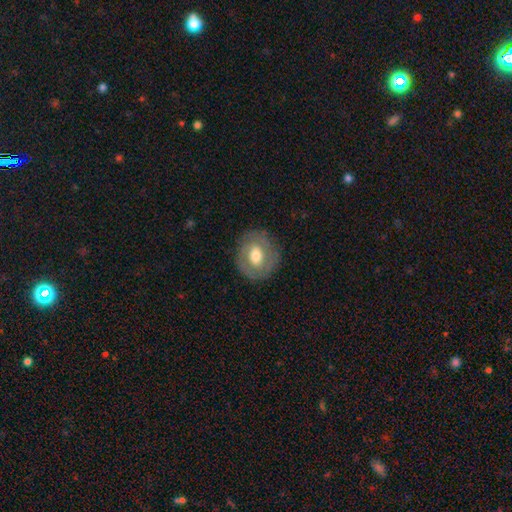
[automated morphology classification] This appears to be a smooth galaxy with no disk features (50%). Merging: none (83%).